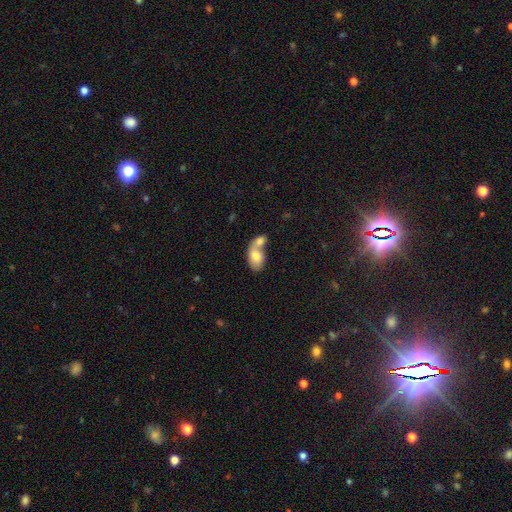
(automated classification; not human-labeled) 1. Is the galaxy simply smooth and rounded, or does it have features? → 73% smooth, 21% featured or disk, 6% star or artifact.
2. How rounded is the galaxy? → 86% in between, 12% round, 2% cigar-shaped.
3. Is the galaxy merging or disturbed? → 74% merger, 15% none, 7% minor disturbance, 4% major disturbance.